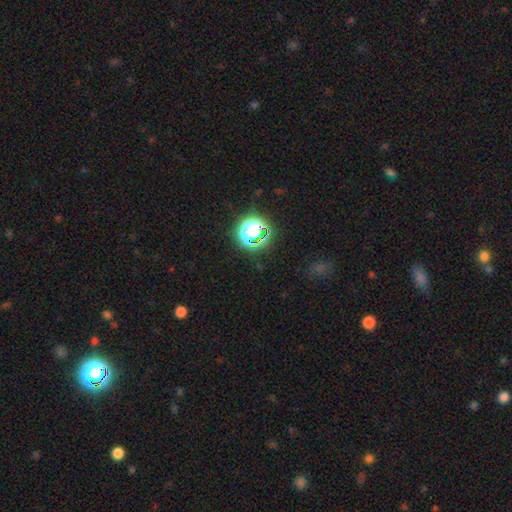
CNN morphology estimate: This is likely a star or artifact rather than a galaxy (74%).